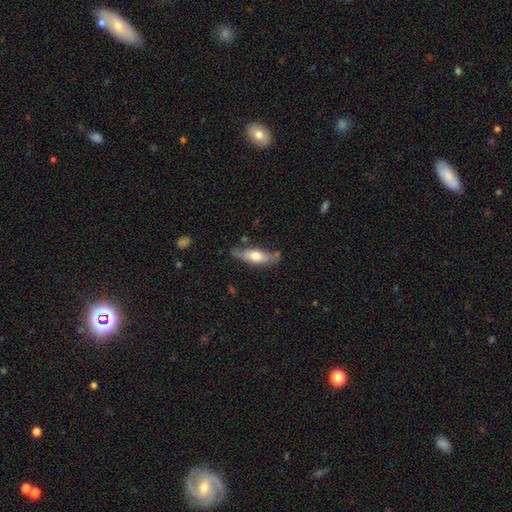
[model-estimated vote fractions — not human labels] This appears to be a smooth galaxy with no disk features (55%) that is in between round and cigar-shaped (59%). Merging: none (67%).